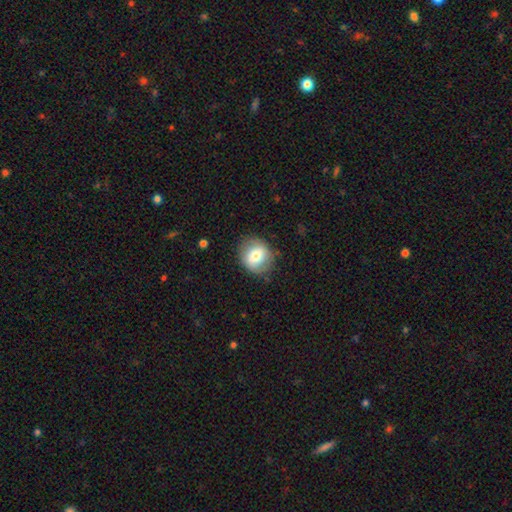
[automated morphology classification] This is likely a smooth galaxy (67%). How rounded: likely round (79%). Merging: clearly none (81%).